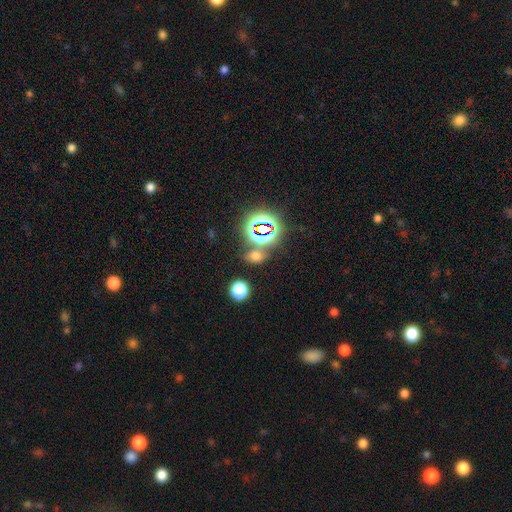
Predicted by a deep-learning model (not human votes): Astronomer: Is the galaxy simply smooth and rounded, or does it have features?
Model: smooth — 49% (runner-up: star or artifact, 43%).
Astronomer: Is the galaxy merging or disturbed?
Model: none — 70%.